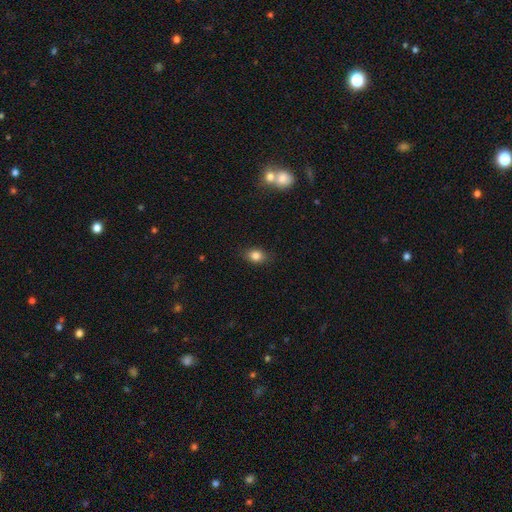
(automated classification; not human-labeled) smooth_or_featured: smooth (p=0.83) [alt: star or artifact p=0.10]
how_rounded: in between (p=0.70) [alt: round p=0.29]
merging: none (p=0.85) [alt: minor disturbance p=0.11]